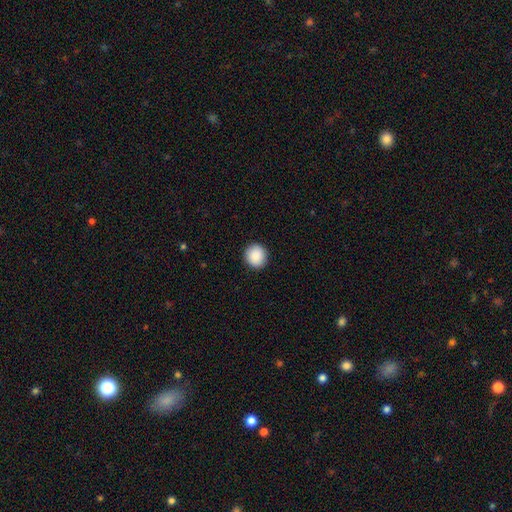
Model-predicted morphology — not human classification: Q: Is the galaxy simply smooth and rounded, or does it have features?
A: smooth — 90%.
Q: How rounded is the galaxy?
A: round — 88%.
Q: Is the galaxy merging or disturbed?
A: none — 92%.